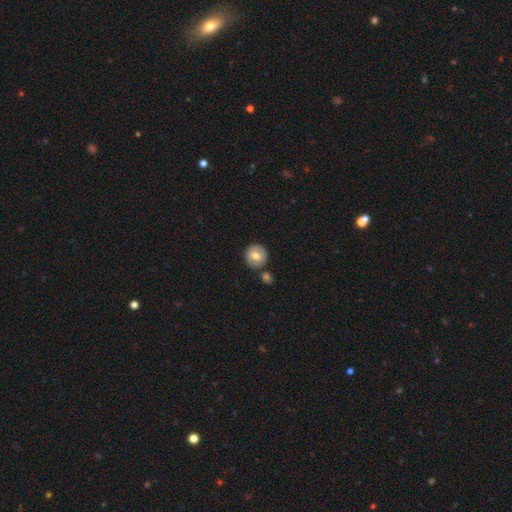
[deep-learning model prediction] This appears to be a smooth galaxy with no disk features (72%) that is round (92%). Merging: none (79%).